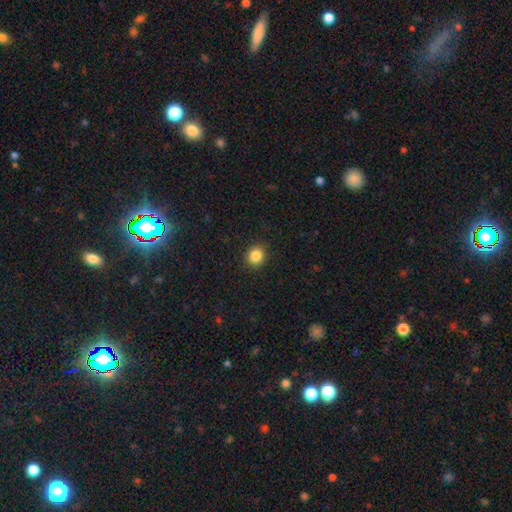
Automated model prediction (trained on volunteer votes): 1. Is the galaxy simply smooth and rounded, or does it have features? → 86% smooth, 10% star or artifact, 4% featured or disk.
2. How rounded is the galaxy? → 81% round, 18% in between, 1% cigar-shaped.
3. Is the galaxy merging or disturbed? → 91% none, 6% minor disturbance, 2% major disturbance, 1% merger.